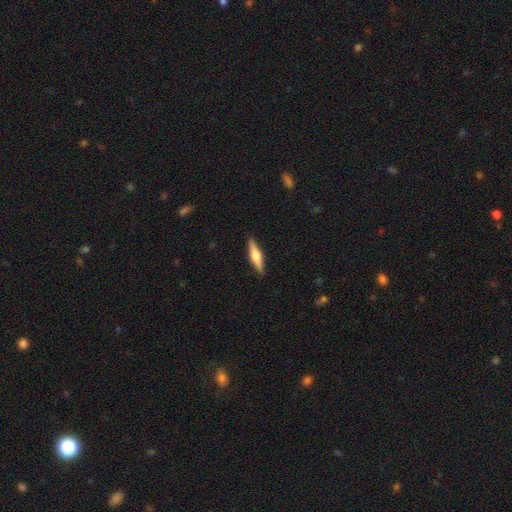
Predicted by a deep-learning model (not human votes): Overall: featured or disk (57%; smooth 37%). Edge-on disk: yes (96%). Edge-on bulge: rounded (89%). Merging: none (91%).